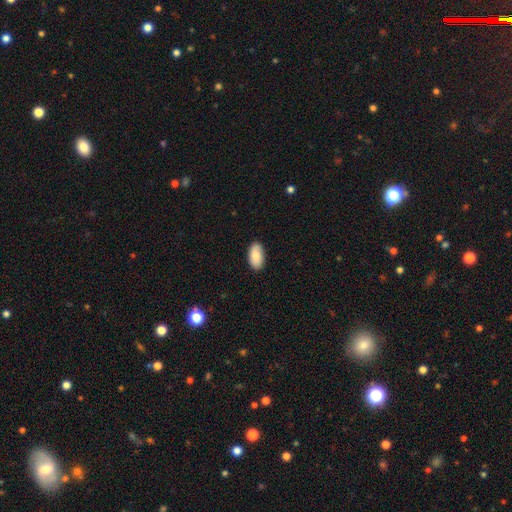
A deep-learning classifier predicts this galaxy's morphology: type=smooth (82%); roundness=in between (95%); merging=none (85%).